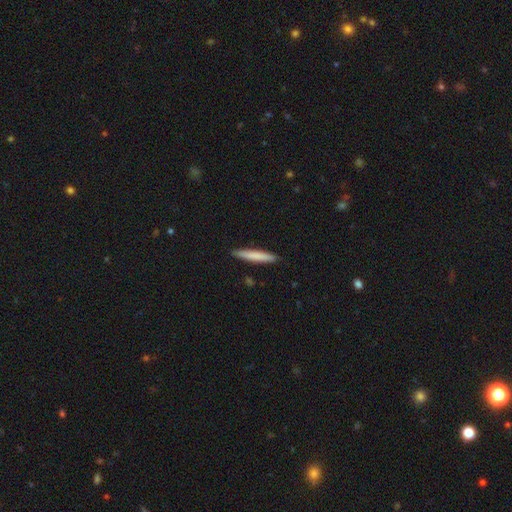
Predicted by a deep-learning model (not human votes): smooth-or-featured: smooth: 75% | featured or disk: 19% | star or artifact: 5%
  how-rounded: cigar-shaped: 95% | in between: 4% | round: 1%
  merging: none: 91% | minor disturbance: 7% | major disturbance: 1% | merger: 1%